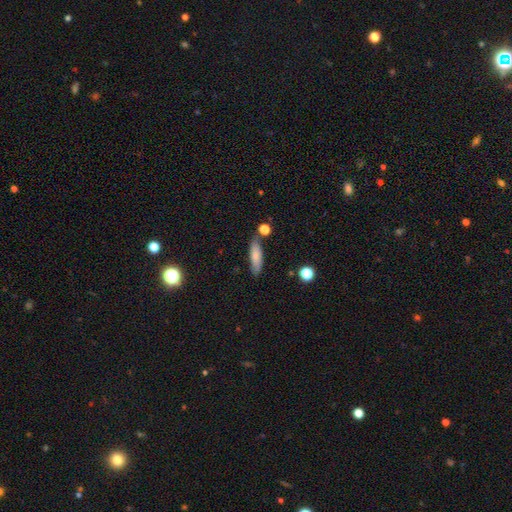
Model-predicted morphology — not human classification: type=smooth (76%); roundness=cigar-shaped (60%); merging=none (75%).